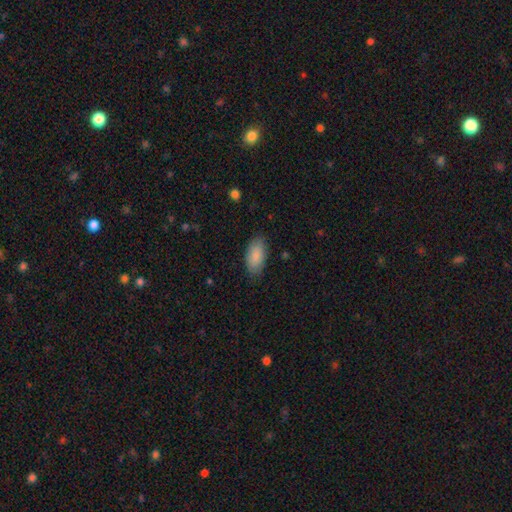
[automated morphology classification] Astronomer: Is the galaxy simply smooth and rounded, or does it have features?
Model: smooth — 89%.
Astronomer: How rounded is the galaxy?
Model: in between — 93%.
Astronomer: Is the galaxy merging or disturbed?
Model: none — 83%.